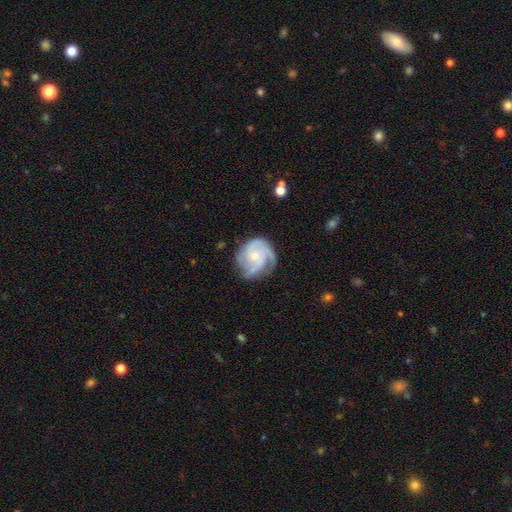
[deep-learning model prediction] featured or disk 83%, smooth 11%, star or artifact 6%. Down the decision tree: edge-on disk — no (98%); bar — no (75%); spiral arms — yes (96%); spiral arm count — 3 (51%); spiral winding — tight (47%); bulge size — small (70%); merging — none (66%).